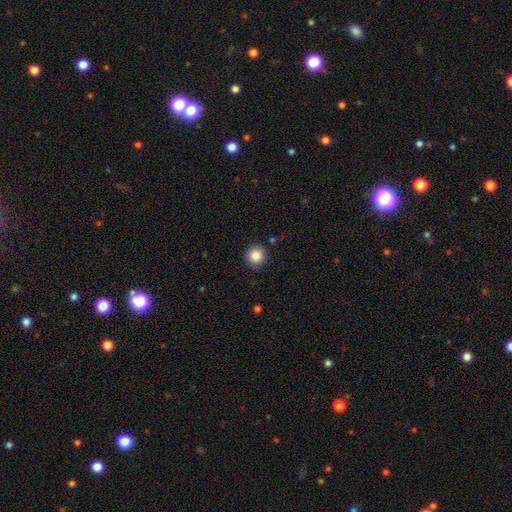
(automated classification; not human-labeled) Smooth or featured? Predicted: smooth (p=0.87). How rounded? Predicted: round (p=0.94). Merging? Predicted: none (p=0.89).